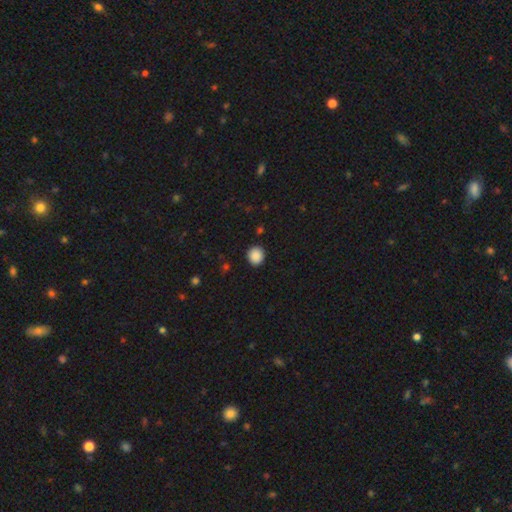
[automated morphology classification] smooth_or_featured: smooth (p=0.89) [alt: star or artifact p=0.09]
how_rounded: round (p=0.86) [alt: in between p=0.13]
merging: none (p=0.91) [alt: minor disturbance p=0.06]